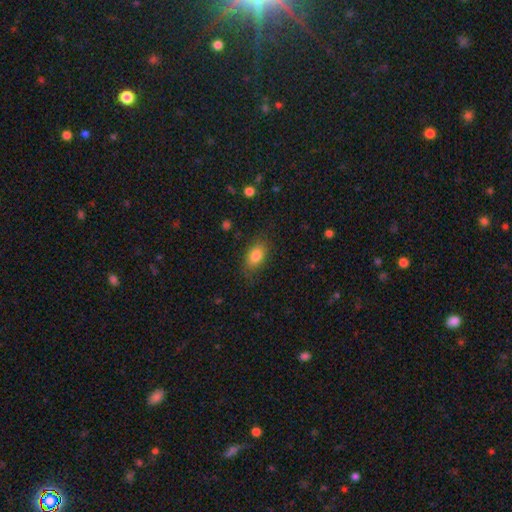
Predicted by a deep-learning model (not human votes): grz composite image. It shows a smooth galaxy with no disk features (82%) that is in between round and cigar-shaped (87%). Merging: none (77%).